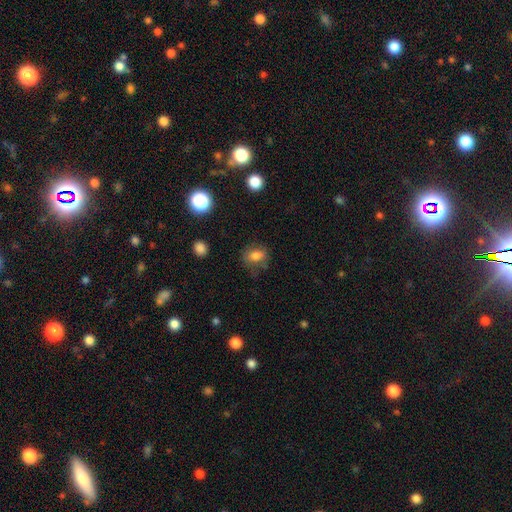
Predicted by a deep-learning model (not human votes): Smooth or featured? Predicted: smooth (p=0.77). How rounded? Predicted: in between (p=0.61). Merging? Predicted: none (p=0.68).